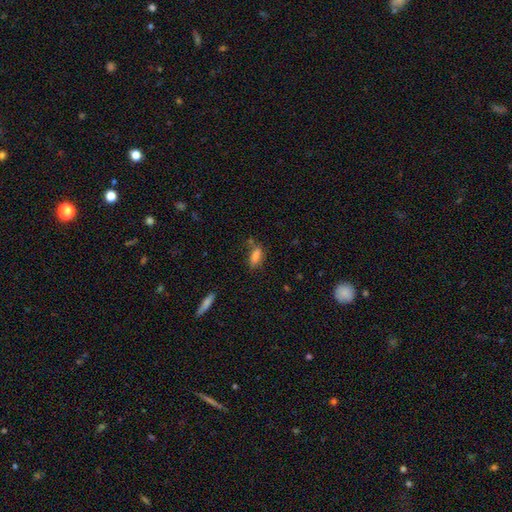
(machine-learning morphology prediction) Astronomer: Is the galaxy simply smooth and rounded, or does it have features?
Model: smooth — 82%.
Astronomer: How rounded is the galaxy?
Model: in between — 70%.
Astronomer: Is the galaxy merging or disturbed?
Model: none — 64%.